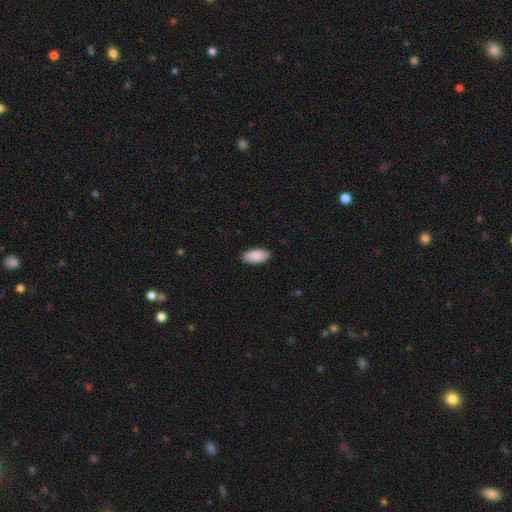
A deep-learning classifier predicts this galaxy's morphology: Smooth or featured? smooth (91%)
How rounded? in between (93%)
Merging? none (90%)